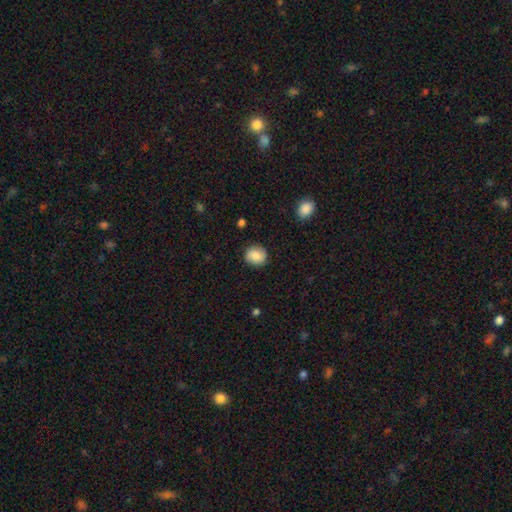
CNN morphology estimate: Smooth or featured: smooth — 85% (star or artifact — 8%)
How rounded: round — 80% (in between — 19%)
Merging: none — 85% (minor disturbance — 11%)